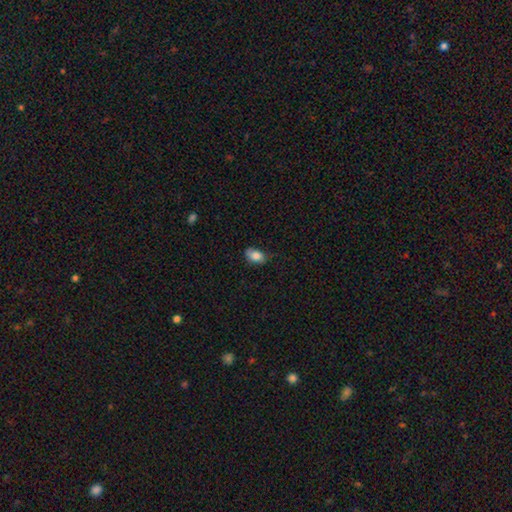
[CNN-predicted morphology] Smooth or featured? Predicted: smooth (p=0.83). How rounded? Predicted: in between (p=0.89). Merging? Predicted: none (p=0.63).